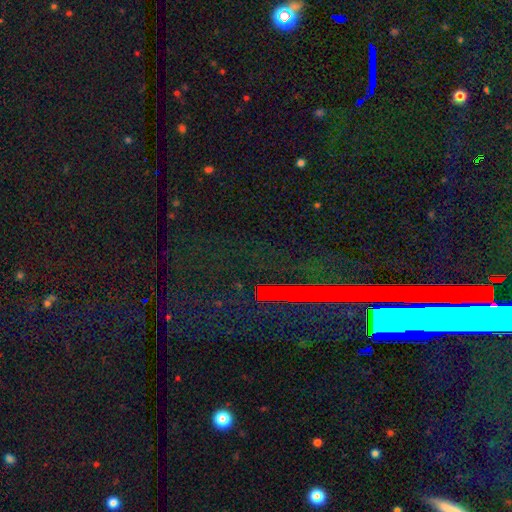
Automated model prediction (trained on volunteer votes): star or artifact 78%, featured or disk 12%, smooth 10%.